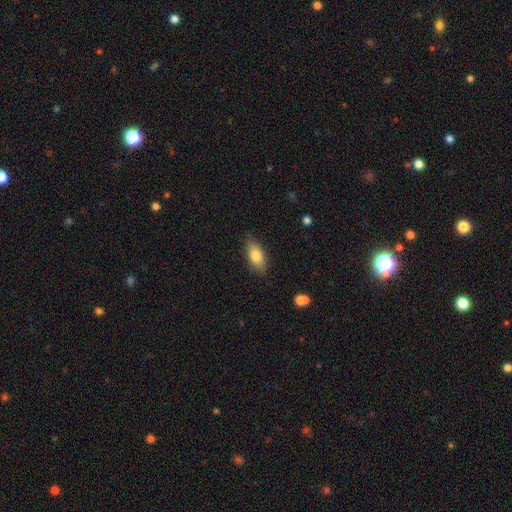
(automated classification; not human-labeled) Smooth or featured? smooth (79%)
How rounded? in between (85%)
Merging? none (81%)